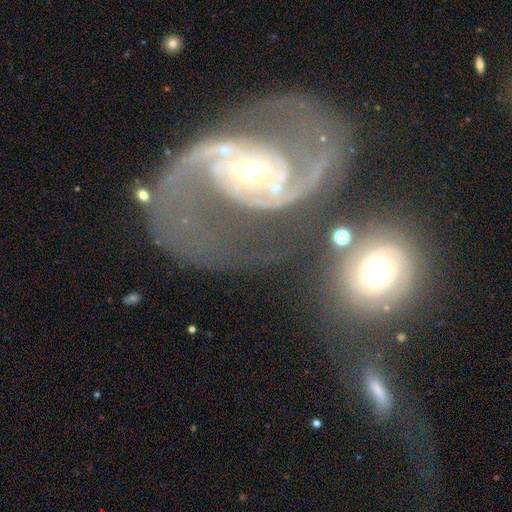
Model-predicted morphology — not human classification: A featured or disk galaxy (88%) with no bar (37%), 2 (91%) medium (48%) spiral arms (96%) and a small central bulge (56%). Merging: none (41%).